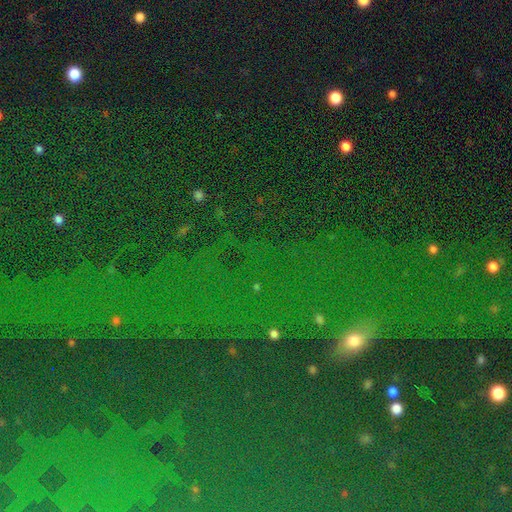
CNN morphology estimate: star or artifact 77%, smooth 14%, featured or disk 9%.